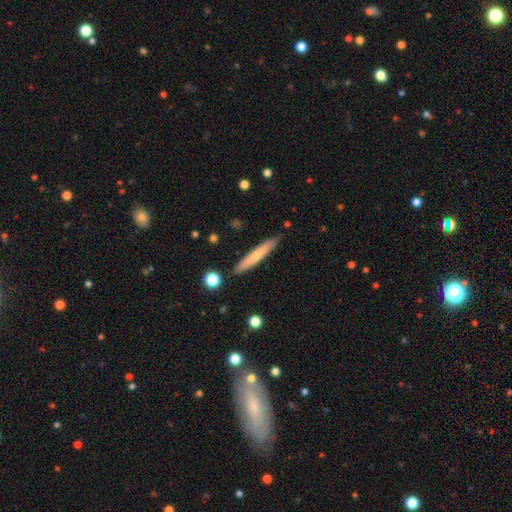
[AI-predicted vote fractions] The model was most divided on "smooth or featured": smooth: 66%, featured or disk: 28%, star or artifact: 6%. More confident: how rounded — cigar-shaped (94%); merging — none (88%).